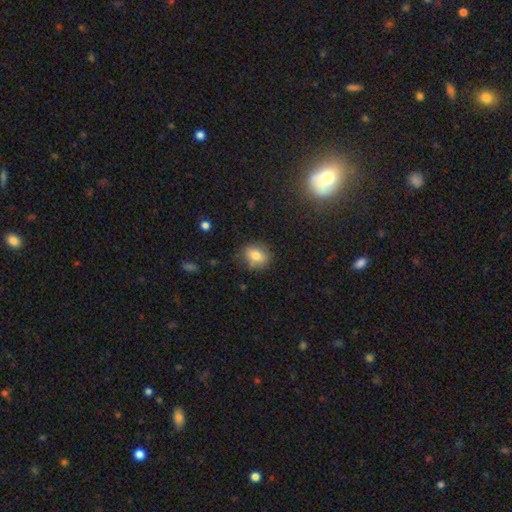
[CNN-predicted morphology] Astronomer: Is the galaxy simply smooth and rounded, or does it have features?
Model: smooth — 74%.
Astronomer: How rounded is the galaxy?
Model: round — 54% (runner-up: in between, 44%).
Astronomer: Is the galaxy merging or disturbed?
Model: none — 74%.